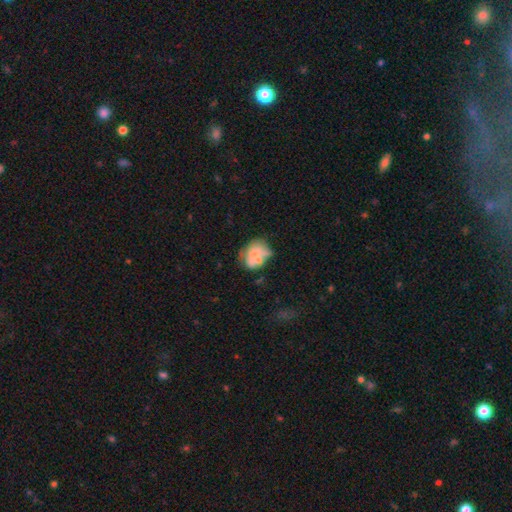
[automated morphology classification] Smooth or featured? smooth (51%)
How rounded? in between (58%)
Merging? none (30%, tied with merger)